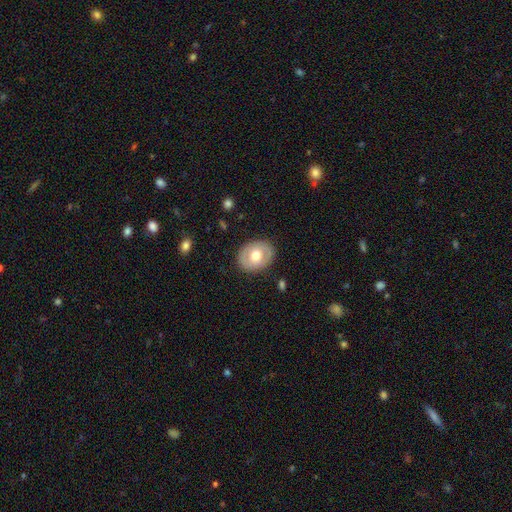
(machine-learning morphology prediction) This appears to be a smooth galaxy with no disk features (56%) that is in between round and cigar-shaped (53%). Merging: none (85%).